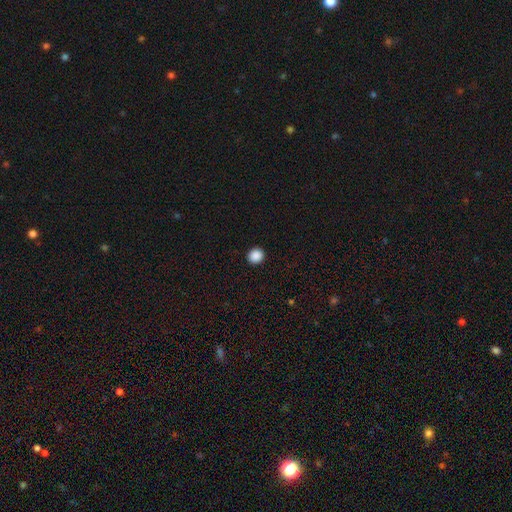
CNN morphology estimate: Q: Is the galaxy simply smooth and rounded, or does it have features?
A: smooth — 88%.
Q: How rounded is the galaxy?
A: round — 91%.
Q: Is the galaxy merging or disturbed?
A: none — 93%.